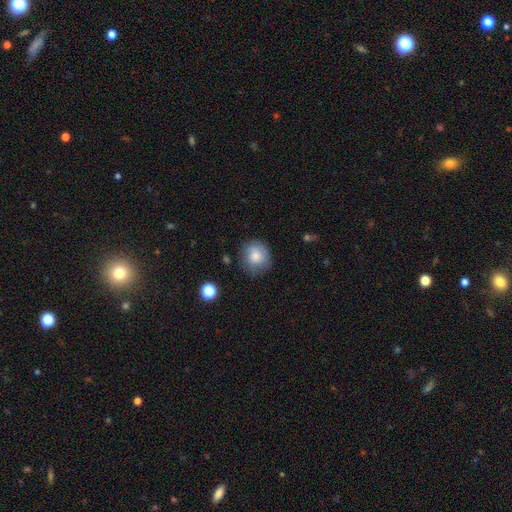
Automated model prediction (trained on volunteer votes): Overall: smooth (77%). How rounded: round (84%). Merging: none (73%).